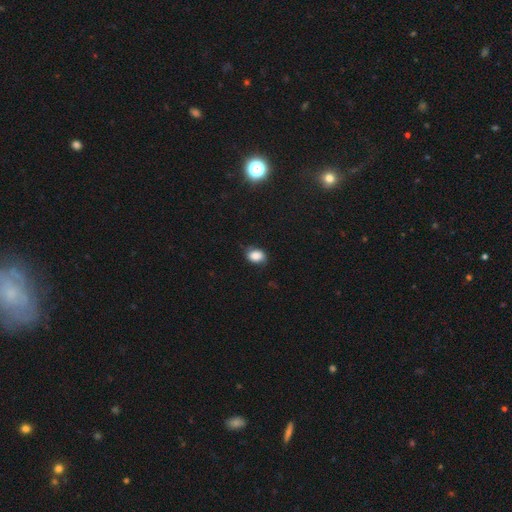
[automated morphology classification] This is clearly a smooth galaxy (82%). How rounded: likely in between (67%). Merging: likely none (67%).